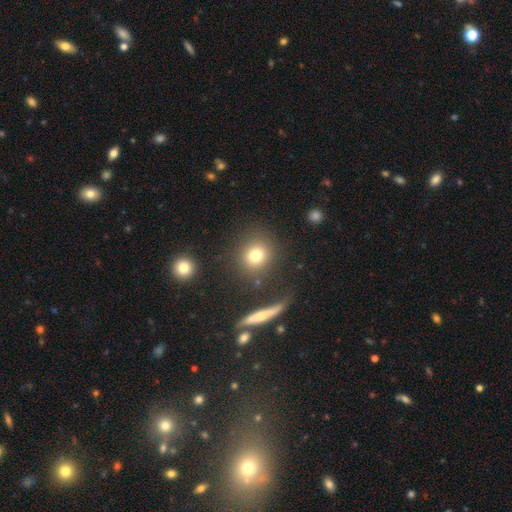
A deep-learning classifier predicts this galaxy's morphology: type=smooth (78%); roundness=round (86%); merging=none (82%).